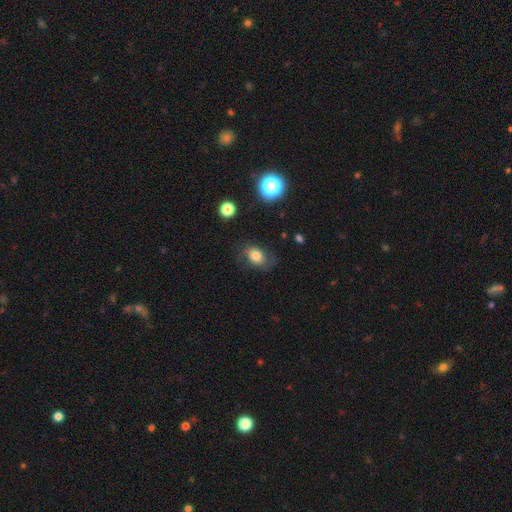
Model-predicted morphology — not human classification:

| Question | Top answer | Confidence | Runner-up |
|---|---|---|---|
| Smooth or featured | smooth | 70% | featured or disk (20%) |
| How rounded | in between | 72% | round (26%) |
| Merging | none | 65% | minor disturbance (22%) |